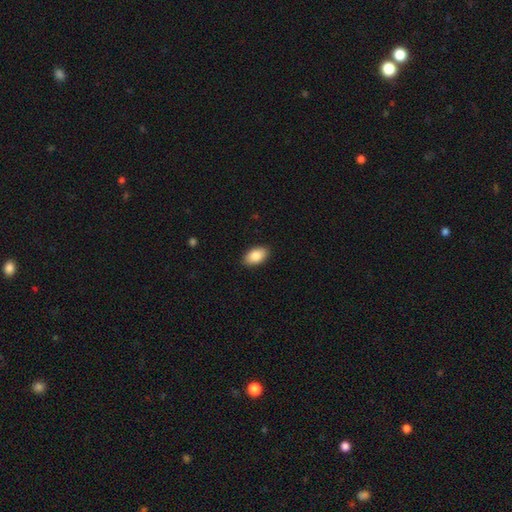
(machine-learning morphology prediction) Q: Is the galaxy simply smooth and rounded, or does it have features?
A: smooth — 87%.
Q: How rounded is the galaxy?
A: in between — 94%.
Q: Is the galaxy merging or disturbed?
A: none — 90%.